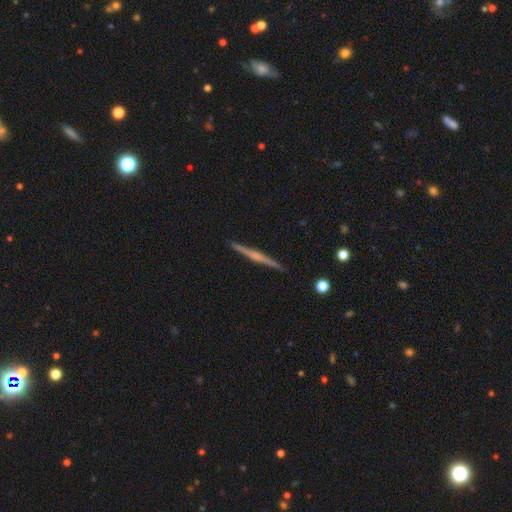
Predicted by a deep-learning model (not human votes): This appears to be a featured or disk galaxy (74%) viewed edge-on (99%) with a rounded central bulge (61%). Merging: none (93%).